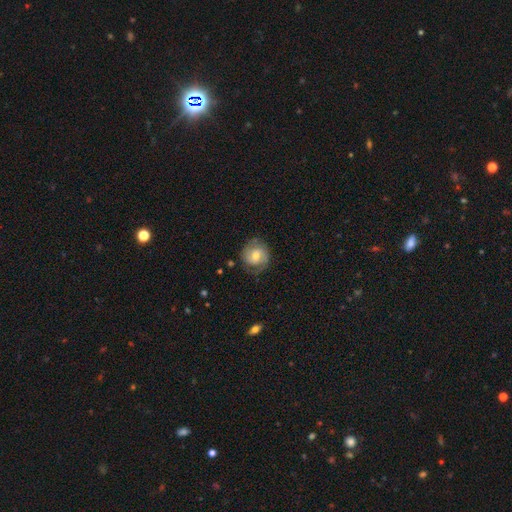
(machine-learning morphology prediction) This appears to be a featured or disk galaxy (63%) with no bar (54%), 2 (78%) tight (42%) spiral arms (88%) and a moderate central bulge (61%). Merging: none (71%).